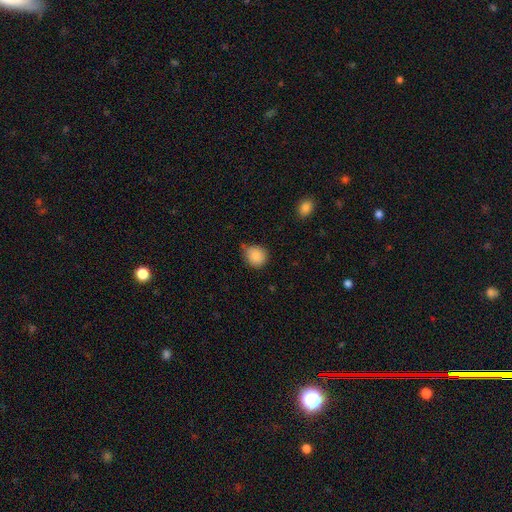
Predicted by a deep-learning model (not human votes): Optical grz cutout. It shows a smooth galaxy with no disk features (86%) that is round (85%). Merging: none (71%).